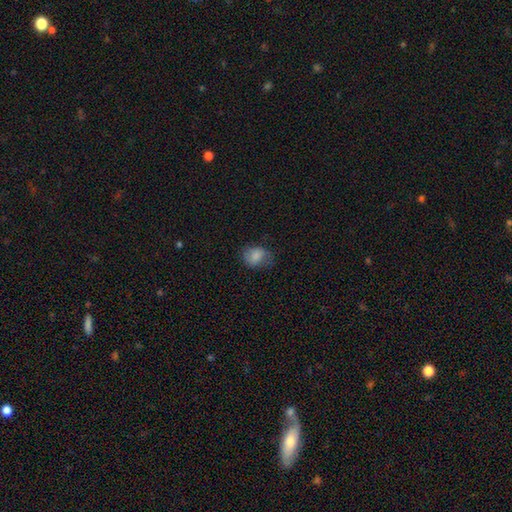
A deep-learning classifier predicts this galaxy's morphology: smooth_or_featured: smooth (p=0.81) [alt: featured or disk p=0.10]
how_rounded: in between (p=0.52) [alt: round p=0.47]
merging: none (p=0.58) [alt: minor disturbance p=0.29]